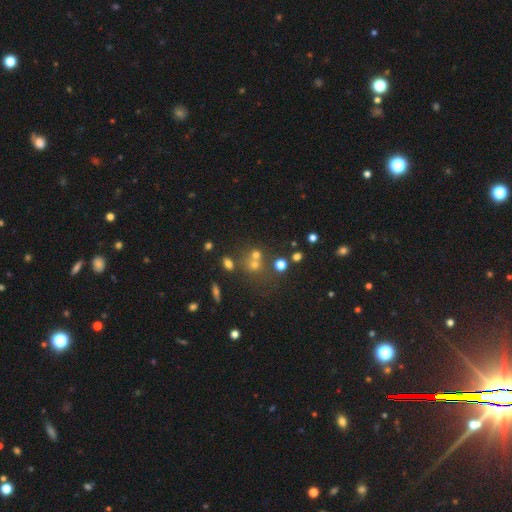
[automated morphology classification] Smooth or featured? smooth (45%)
Merging? none (53%)